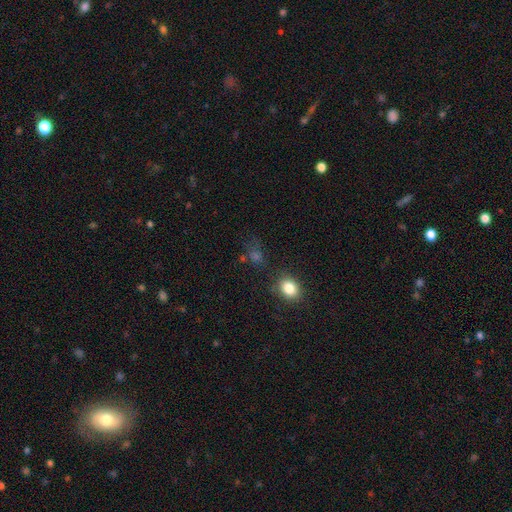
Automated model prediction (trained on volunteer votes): Smooth or featured?
  - smooth: 58% *
  - star or artifact: 32%
  - featured or disk: 10%
How rounded?
  - round: 59% *
  - in between: 39%
  - cigar-shaped: 2%
Merging?
  - none: 70% *
  - minor disturbance: 14%
  - major disturbance: 10%
  - merger: 7%